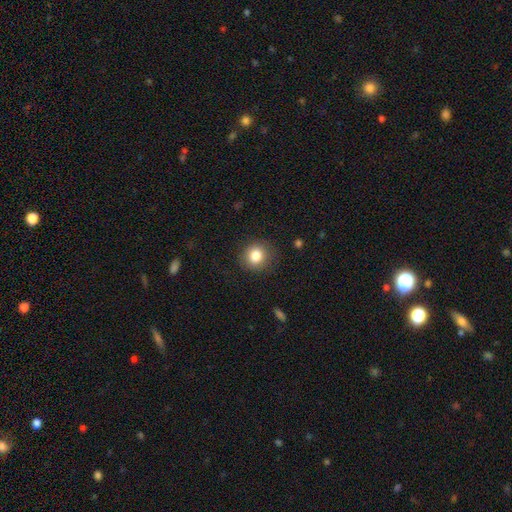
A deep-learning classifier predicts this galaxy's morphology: Smooth or featured?
  - smooth: 83% *
  - star or artifact: 10%
  - featured or disk: 7%
How rounded?
  - round: 84% *
  - in between: 15%
  - cigar-shaped: 1%
Merging?
  - none: 86% *
  - minor disturbance: 10%
  - major disturbance: 3%
  - merger: 1%